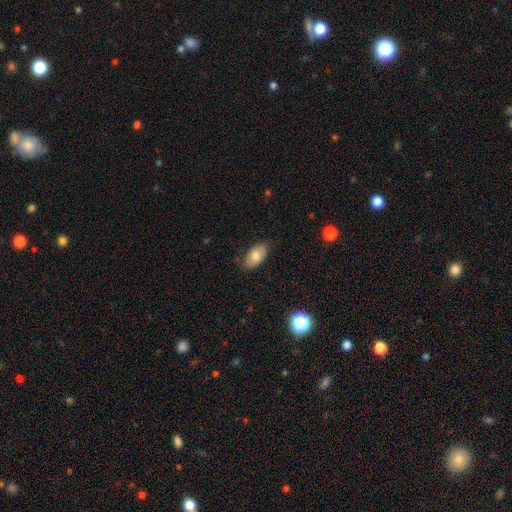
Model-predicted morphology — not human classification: A smooth galaxy with no disk features (74%) that is in between round and cigar-shaped (93%). Merging: none (81%).